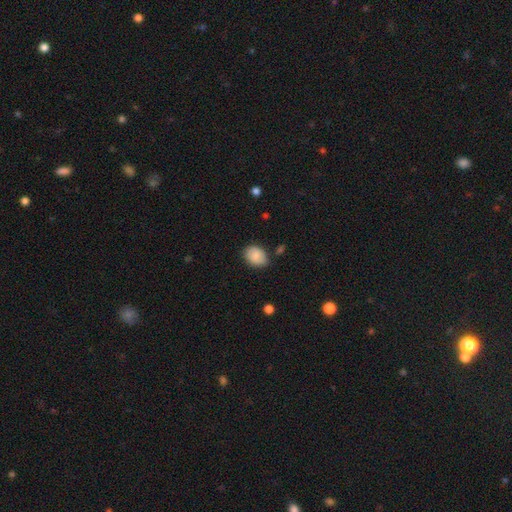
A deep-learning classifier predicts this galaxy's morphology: Q: Smooth or featured?
A: smooth (86%); runner-up: star or artifact (7%)
Q: How rounded?
A: in between (70%); runner-up: round (29%)
Q: Merging?
A: none (77%); runner-up: minor disturbance (17%)